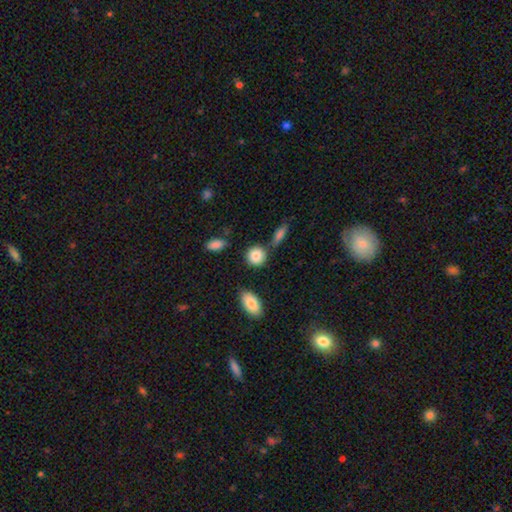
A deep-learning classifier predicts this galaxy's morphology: A smooth galaxy with no disk features (85%) that is round (84%).

Vote fractions:
- Smooth or featured? smooth: 85% / star or artifact: 8% / featured or disk: 7%
- How rounded? round: 84% / in between: 15% / cigar-shaped: 2%
- Merging? none: 78% / minor disturbance: 11% / merger: 8% / major disturbance: 3%